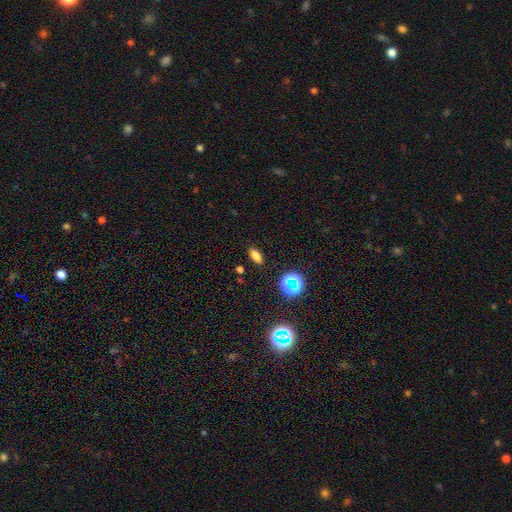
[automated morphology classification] Smooth or featured?
  - smooth: 75% *
  - star or artifact: 17%
  - featured or disk: 8%
How rounded?
  - in between: 82% *
  - cigar-shaped: 10%
  - round: 7%
Merging?
  - none: 88% *
  - minor disturbance: 8%
  - major disturbance: 2%
  - merger: 2%